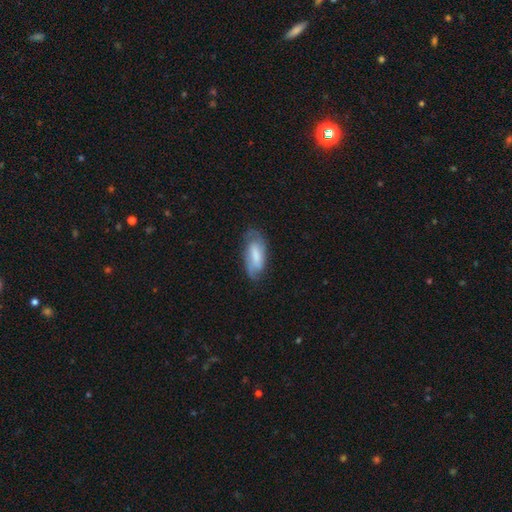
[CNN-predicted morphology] A featured or disk galaxy (50%). Merging: none (66%).